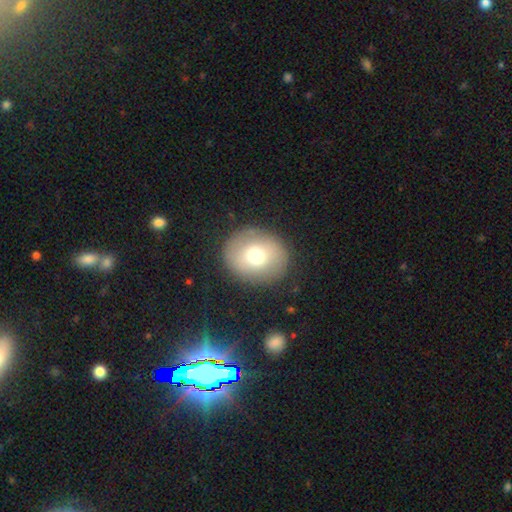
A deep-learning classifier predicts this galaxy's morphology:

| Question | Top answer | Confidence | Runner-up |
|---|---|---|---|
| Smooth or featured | smooth | 70% | featured or disk (20%) |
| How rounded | round | 74% | in between (25%) |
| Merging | none | 86% | minor disturbance (9%) |